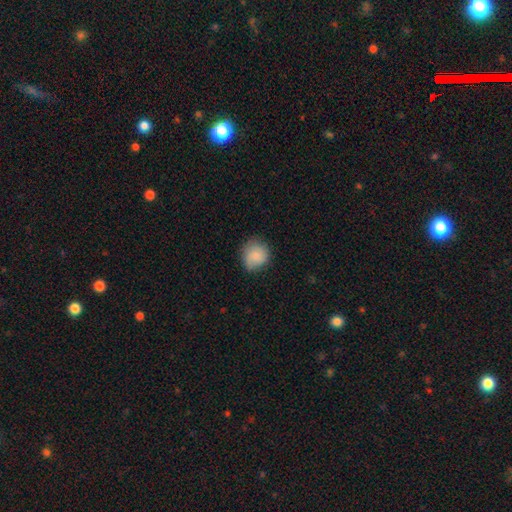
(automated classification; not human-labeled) Smooth or featured?
  - smooth: 84% *
  - featured or disk: 8%
  - star or artifact: 8%
How rounded?
  - round: 80% *
  - in between: 19%
  - cigar-shaped: 1%
Merging?
  - none: 70% *
  - minor disturbance: 24%
  - major disturbance: 5%
  - merger: 1%